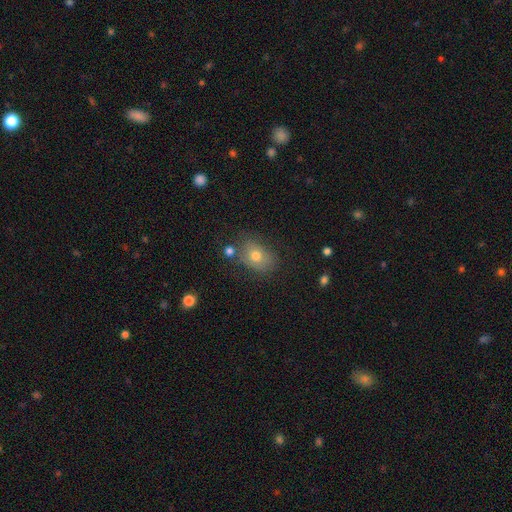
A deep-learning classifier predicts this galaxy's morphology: A smooth galaxy with no disk features (67%) that is in between round and cigar-shaped (67%).

Vote fractions:
- Smooth or featured? smooth: 67% / featured or disk: 21% / star or artifact: 12%
- How rounded? in between: 67% / round: 31% / cigar-shaped: 1%
- Merging? none: 69% / minor disturbance: 18% / major disturbance: 7% / merger: 6%